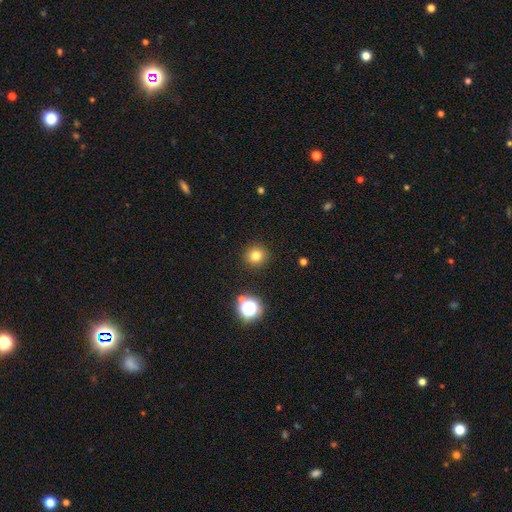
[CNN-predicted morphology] This appears to be a smooth galaxy with no disk features (77%) that is round (93%). Merging: none (90%).